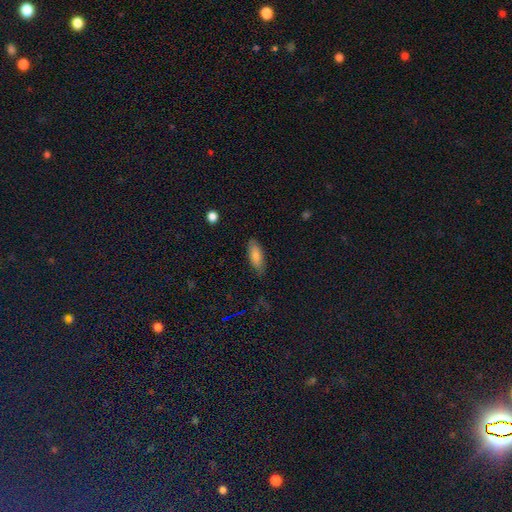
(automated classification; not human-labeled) Smooth or featured? Predicted: smooth (p=0.82). How rounded? Predicted: in between (p=0.71). Merging? Predicted: none (p=0.83).